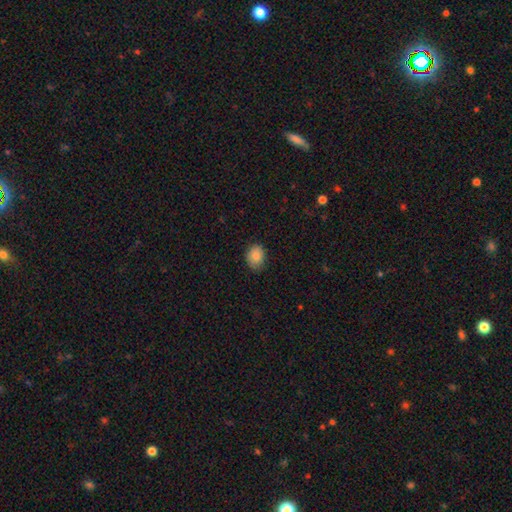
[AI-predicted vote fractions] This is clearly a smooth galaxy (86%). How rounded: possibly in between (59%). Merging: clearly none (81%).